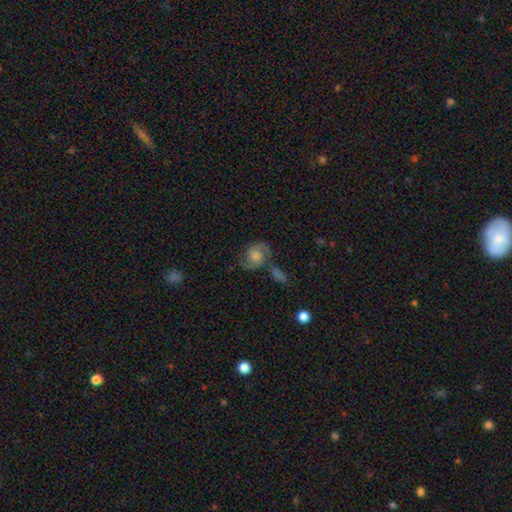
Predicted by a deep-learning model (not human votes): A featured or disk galaxy (71%) with no bar (65%), 2 (90%) medium (50%) spiral arms (93%) and a moderate central bulge (34%). Merging: none (49%).